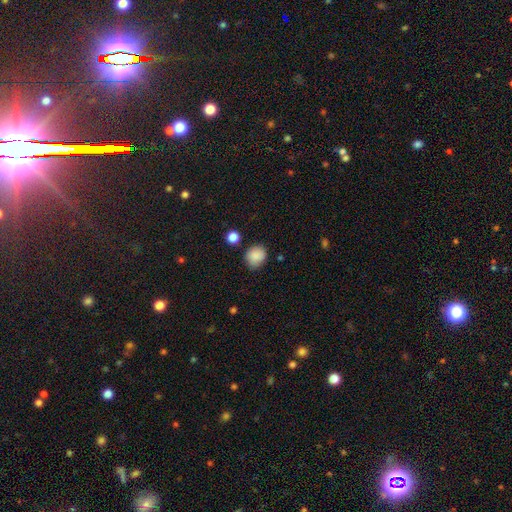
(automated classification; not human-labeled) The model was most divided on "how rounded": round: 66%, in between: 33%, cigar-shaped: 1%. More confident: smooth or featured — smooth (86%); merging — none (73%).